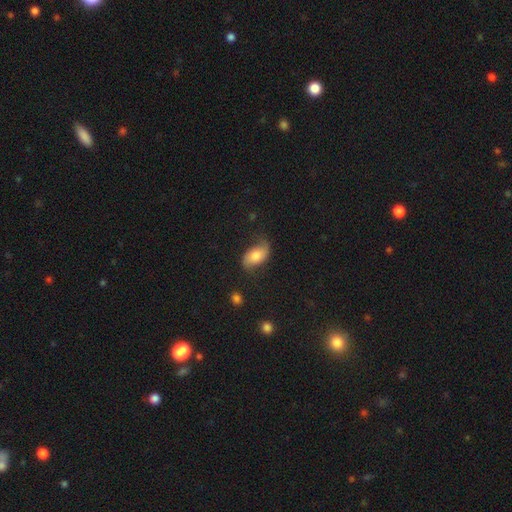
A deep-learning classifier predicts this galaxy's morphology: Smooth or featured?
  - smooth: 55% *
  - featured or disk: 37%
  - star or artifact: 8%
How rounded?
  - in between: 91% *
  - round: 7%
  - cigar-shaped: 2%
Merging?
  - none: 62% *
  - minor disturbance: 25%
  - major disturbance: 11%
  - merger: 2%